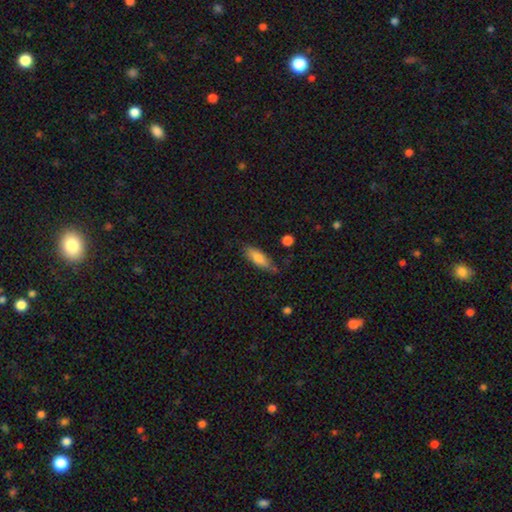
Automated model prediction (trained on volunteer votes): Q: Smooth or featured?
A: smooth (80%); runner-up: featured or disk (13%)
Q: How rounded?
A: in between (57%); runner-up: cigar-shaped (41%)
Q: Merging?
A: none (71%); runner-up: minor disturbance (21%)